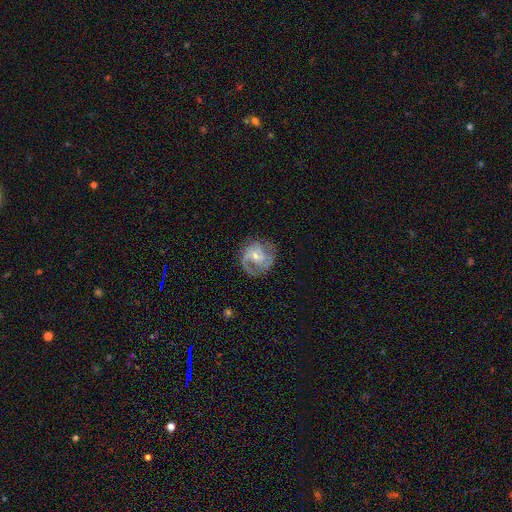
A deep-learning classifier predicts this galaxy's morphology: Smooth or featured: featured or disk — 77% (smooth — 17%)
Edge-on disk: no — 98% (yes — 2%)
Bar: no — 54% (weak — 39%)
Spiral arms: yes — 91% (no — 9%)
Spiral winding: medium — 47% (tight — 30%)
Spiral arm count: 2 — 45% (can't tell — 19%)
Bulge size: small — 60% (moderate — 33%)
Merging: none — 62% (minor disturbance — 20%)